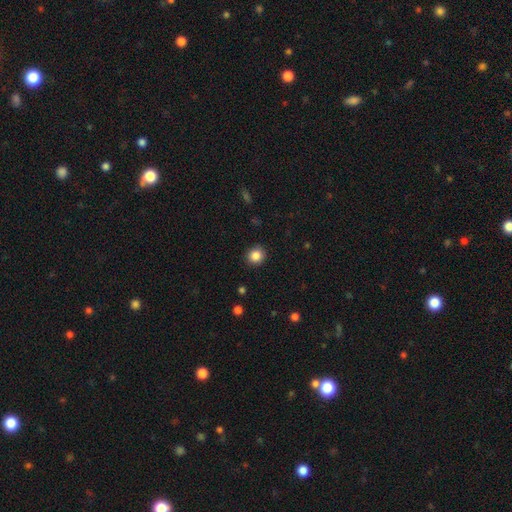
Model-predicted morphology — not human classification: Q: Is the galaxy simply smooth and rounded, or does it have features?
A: smooth — 86%.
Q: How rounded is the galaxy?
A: round — 88%.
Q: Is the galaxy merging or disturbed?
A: none — 90%.